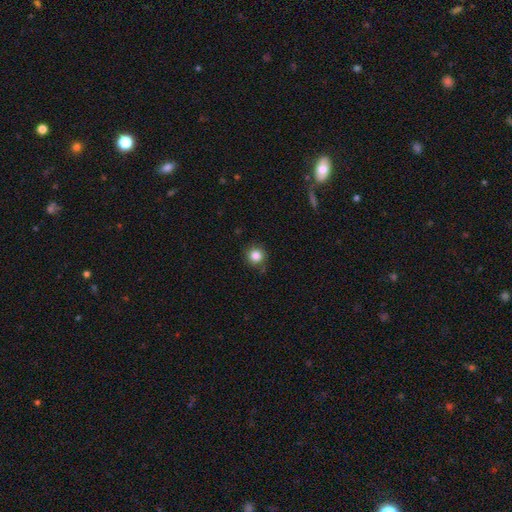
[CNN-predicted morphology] Q: Smooth or featured?
A: smooth (85%); runner-up: star or artifact (11%)
Q: How rounded?
A: round (93%); runner-up: in between (6%)
Q: Merging?
A: none (85%); runner-up: minor disturbance (10%)